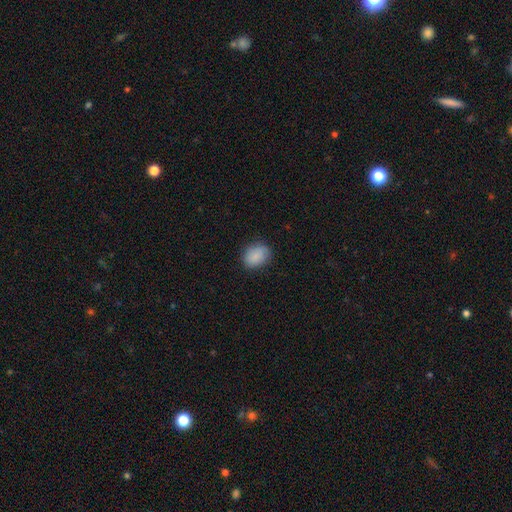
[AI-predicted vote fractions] Smooth or featured?
  - smooth: 87% *
  - star or artifact: 7%
  - featured or disk: 6%
How rounded?
  - in between: 59% *
  - round: 40%
  - cigar-shaped: 1%
Merging?
  - none: 83% *
  - minor disturbance: 13%
  - major disturbance: 3%
  - merger: 1%